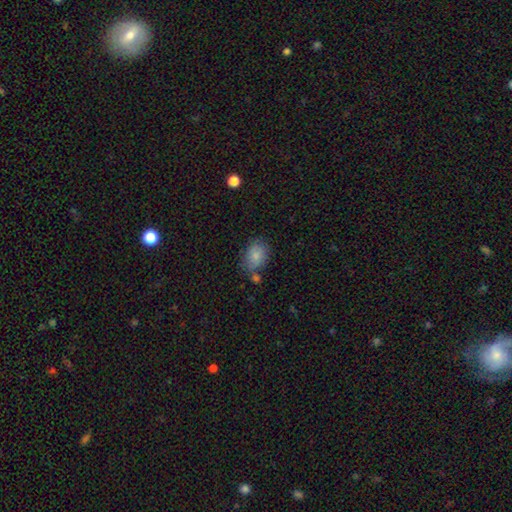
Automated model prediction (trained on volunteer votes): Smooth or featured? Predicted: smooth (p=0.83). How rounded? Predicted: in between (p=0.70). Merging? Predicted: none (p=0.63).